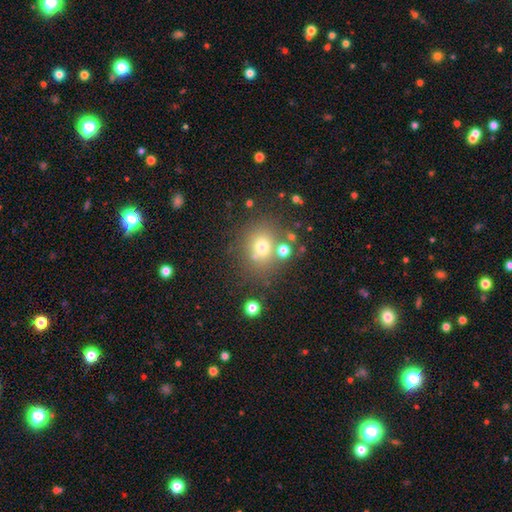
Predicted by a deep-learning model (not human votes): This is likely a smooth galaxy (67%). How rounded: likely round (75%). Merging: likely none (71%).